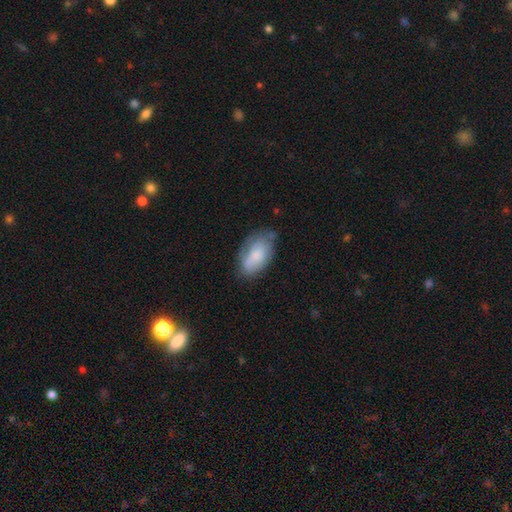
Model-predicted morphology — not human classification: The model was most divided on "merging": none: 57%, minor disturbance: 30%, major disturbance: 9%, merger: 3%. More confident: how rounded — in between (93%); smooth or featured — smooth (75%).